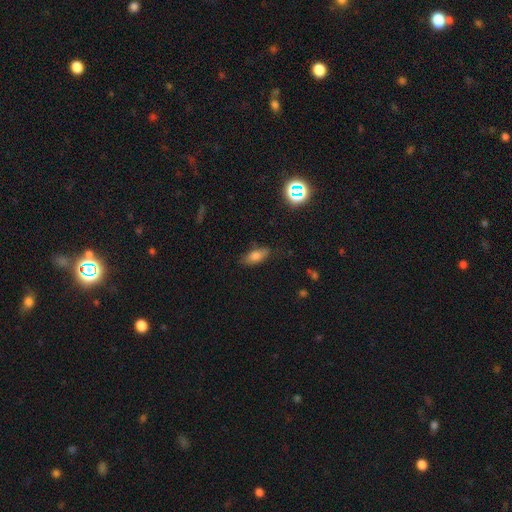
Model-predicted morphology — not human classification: The model was most divided on "merging": none: 75%, minor disturbance: 19%, major disturbance: 4%, merger: 2%. More confident: how rounded — in between (80%); smooth or featured — smooth (74%).